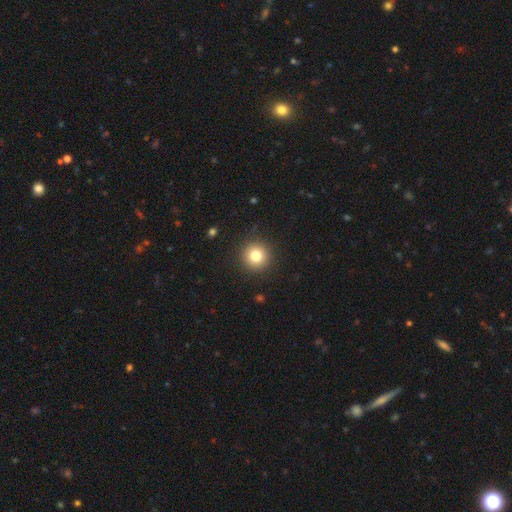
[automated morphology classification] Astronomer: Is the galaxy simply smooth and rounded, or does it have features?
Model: smooth — 81%.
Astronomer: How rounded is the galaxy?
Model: round — 95%.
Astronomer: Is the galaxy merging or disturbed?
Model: none — 91%.